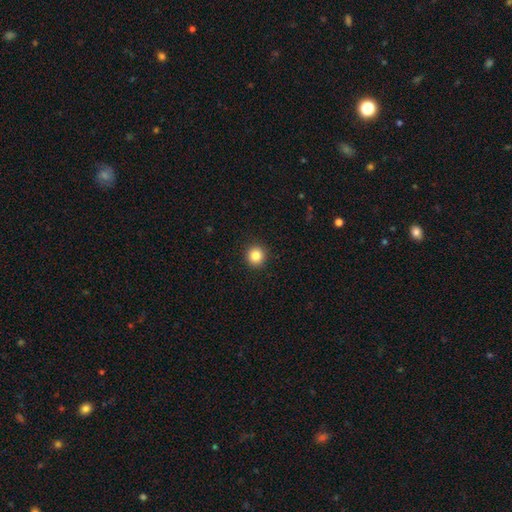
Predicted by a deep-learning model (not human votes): Smooth or featured? smooth (84%)
How rounded? round (94%)
Merging? none (93%)